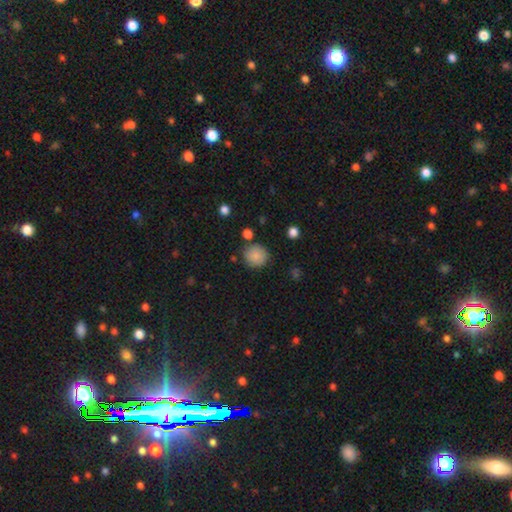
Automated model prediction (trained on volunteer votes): Q: Smooth or featured?
A: smooth (86%); runner-up: star or artifact (9%)
Q: How rounded?
A: round (90%); runner-up: in between (9%)
Q: Merging?
A: none (82%); runner-up: minor disturbance (11%)